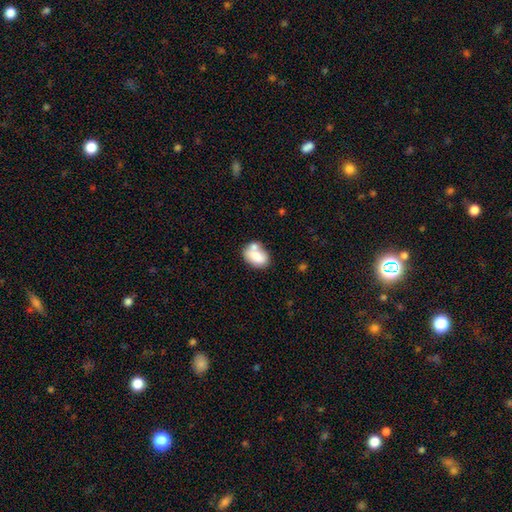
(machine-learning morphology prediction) Smooth or featured?
  - smooth: 77% *
  - featured or disk: 16%
  - star or artifact: 8%
How rounded?
  - in between: 79% *
  - round: 20%
  - cigar-shaped: 1%
Merging?
  - none: 47% *
  - merger: 30%
  - minor disturbance: 17%
  - major disturbance: 6%